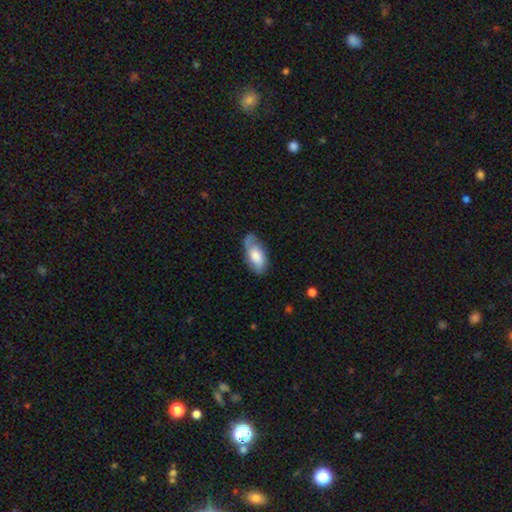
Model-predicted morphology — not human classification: Q: Smooth or featured?
A: smooth (65%); runner-up: featured or disk (28%)
Q: How rounded?
A: in between (91%); runner-up: cigar-shaped (6%)
Q: Merging?
A: none (62%); runner-up: minor disturbance (27%)